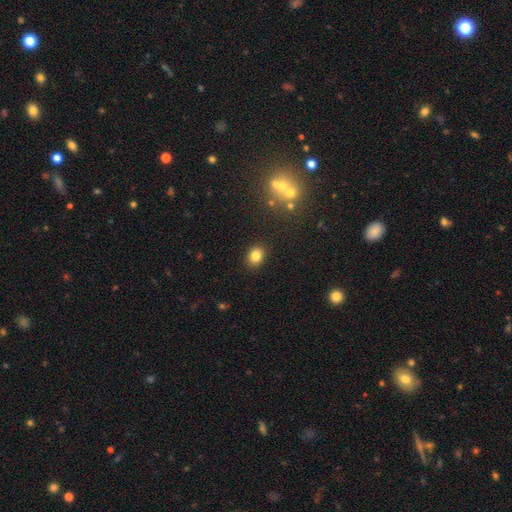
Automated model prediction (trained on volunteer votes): Morphology: type=smooth (81%); roundness=round (57%); merging=none (89%).